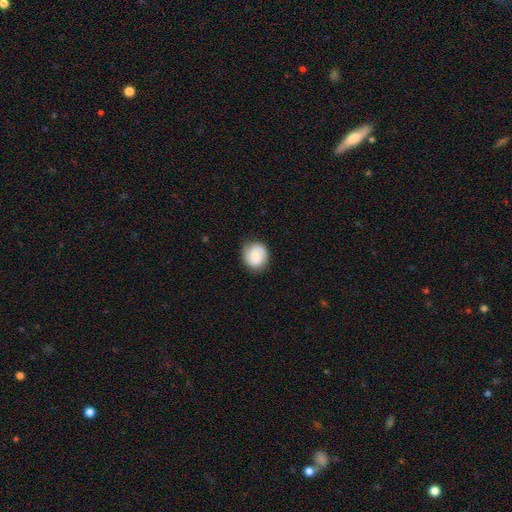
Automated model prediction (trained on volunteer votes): smooth_or_featured: smooth (p=0.72) [alt: featured or disk p=0.21]
how_rounded: round (p=0.84) [alt: in between p=0.15]
merging: none (p=0.82) [alt: minor disturbance p=0.14]